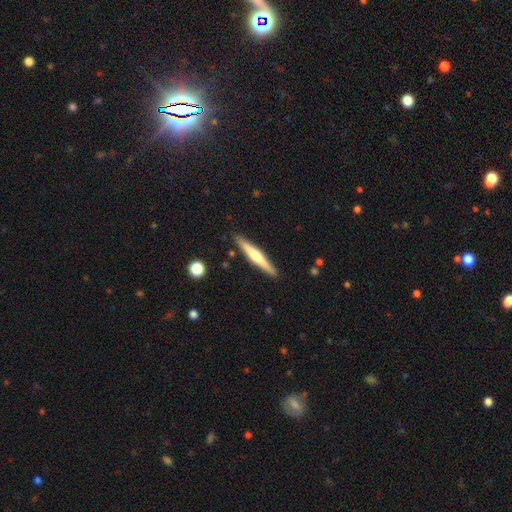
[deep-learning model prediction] smooth_or_featured: featured or disk (p=0.55) [alt: smooth p=0.40]
disk_edge_on: yes (p=0.97) [alt: no p=0.03]
edge_on_bulge: rounded (p=0.69) [alt: none p=0.19]
merging: none (p=0.90) [alt: minor disturbance p=0.07]